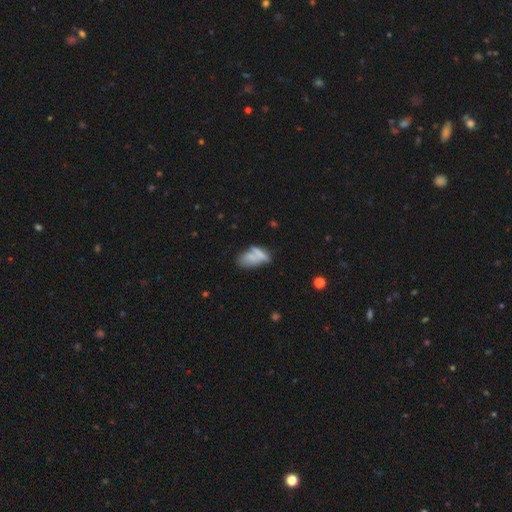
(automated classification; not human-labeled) smooth_or_featured: smooth (p=0.67) [alt: featured or disk p=0.23]
how_rounded: in between (p=0.75) [alt: cigar-shaped p=0.18]
merging: merger (p=0.36) [alt: none p=0.35]